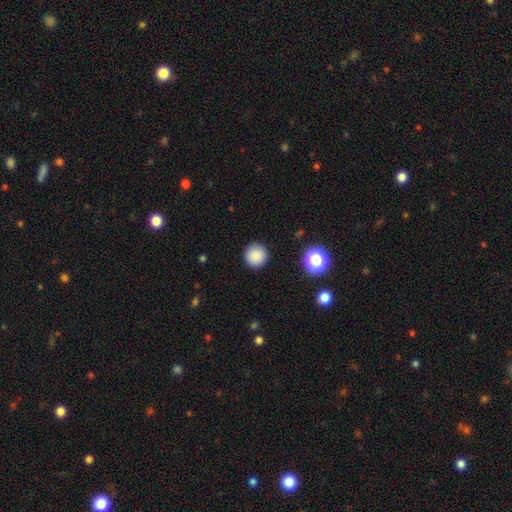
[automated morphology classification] smooth_or_featured: smooth (p=0.86) [alt: star or artifact p=0.10]
how_rounded: round (p=0.96) [alt: in between p=0.03]
merging: none (p=0.92) [alt: minor disturbance p=0.05]